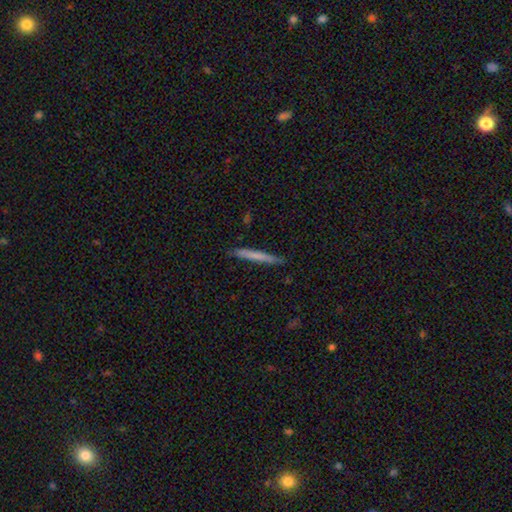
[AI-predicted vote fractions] Smooth or featured? smooth (67%)
How rounded? cigar-shaped (97%)
Merging? none (87%)